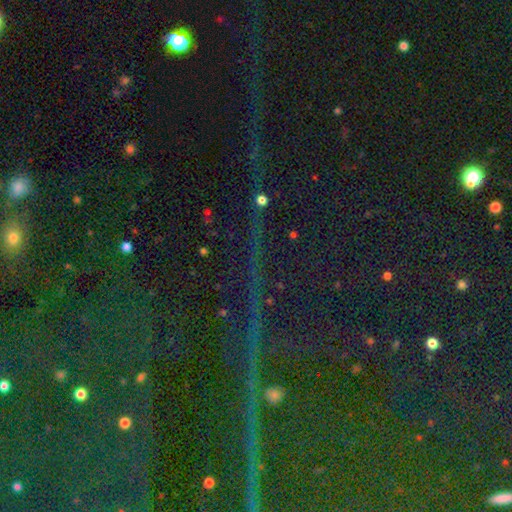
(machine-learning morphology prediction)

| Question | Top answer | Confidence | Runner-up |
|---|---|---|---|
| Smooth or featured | star or artifact | 85% | featured or disk (8%) |